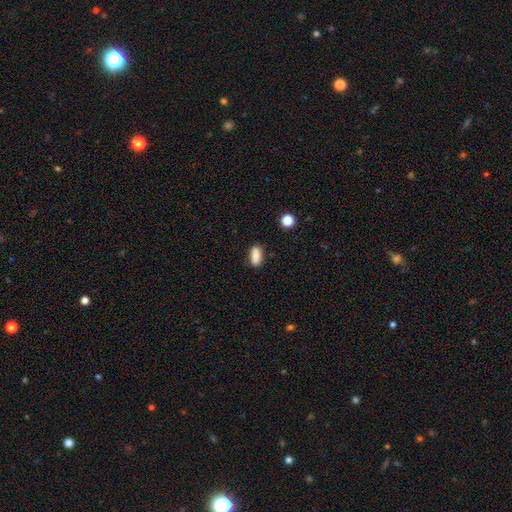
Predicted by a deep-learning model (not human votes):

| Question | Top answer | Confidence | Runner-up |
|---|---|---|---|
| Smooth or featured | smooth | 80% | featured or disk (11%) |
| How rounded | in between | 85% | cigar-shaped (10%) |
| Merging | none | 73% | minor disturbance (16%) |